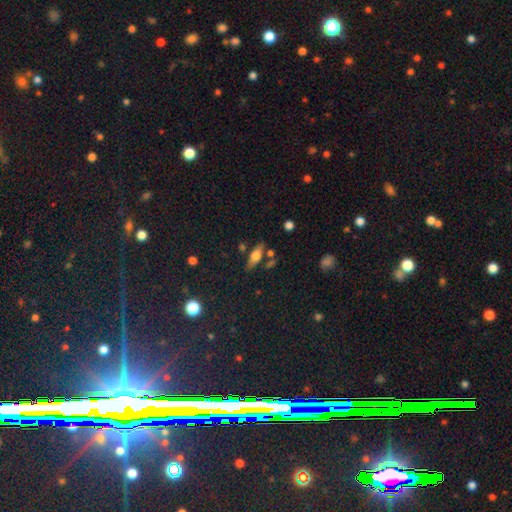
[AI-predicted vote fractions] Smooth or featured? smooth (53%)
How rounded? in between (62%)
Merging? none (73%)